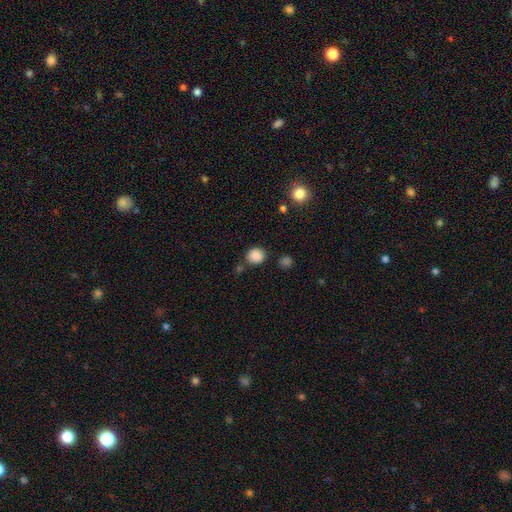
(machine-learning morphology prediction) smooth 86%, star or artifact 10%, featured or disk 3%. Down the decision tree: how rounded — round (80%); merging — none (76%).